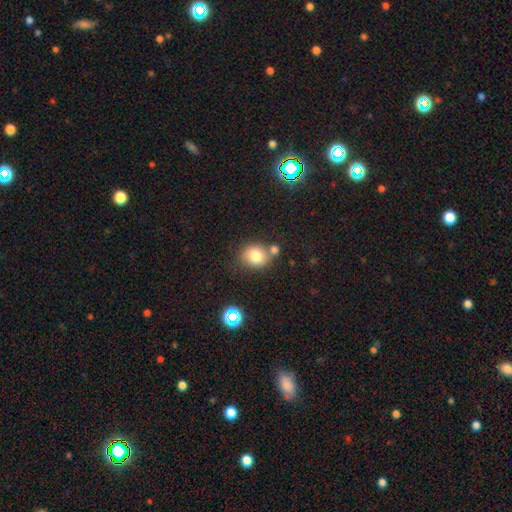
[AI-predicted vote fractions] Q: Smooth or featured?
A: smooth (78%); runner-up: star or artifact (12%)
Q: How rounded?
A: round (68%); runner-up: in between (31%)
Q: Merging?
A: none (65%); runner-up: merger (18%)